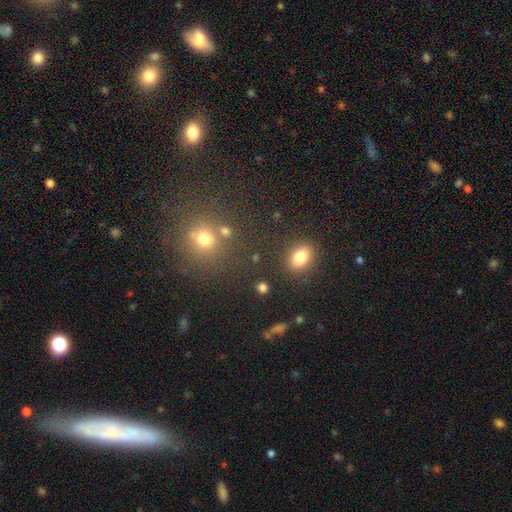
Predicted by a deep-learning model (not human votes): Q: Smooth or featured?
A: smooth (46%); runner-up: star or artifact (42%)
Q: Merging?
A: none (83%); runner-up: minor disturbance (8%)